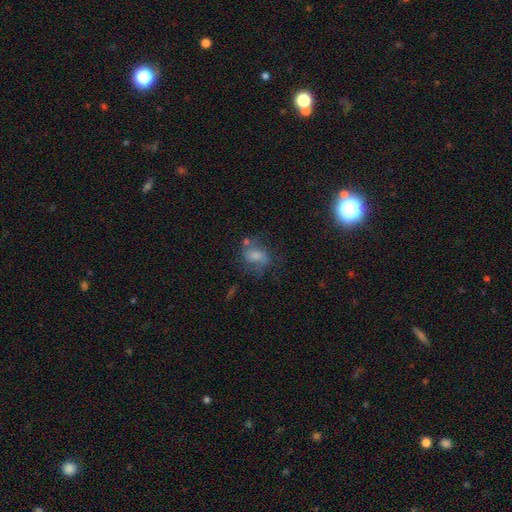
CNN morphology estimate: smooth_or_featured: smooth (p=0.46) [alt: featured or disk p=0.42]
merging: none (p=0.45) [alt: minor disturbance p=0.23]